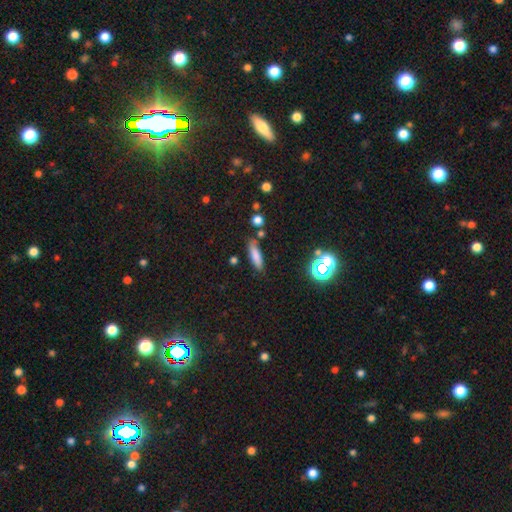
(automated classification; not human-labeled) smooth_or_featured: smooth (p=0.76) [alt: featured or disk p=0.12]
how_rounded: cigar-shaped (p=0.64) [alt: in between p=0.33]
merging: none (p=0.76) [alt: minor disturbance p=0.14]